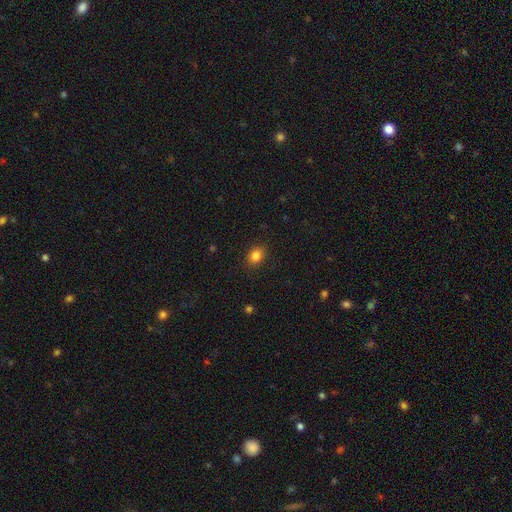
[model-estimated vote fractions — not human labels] A smooth galaxy with no disk features (84%) that is round (53%). Merging: none (88%).